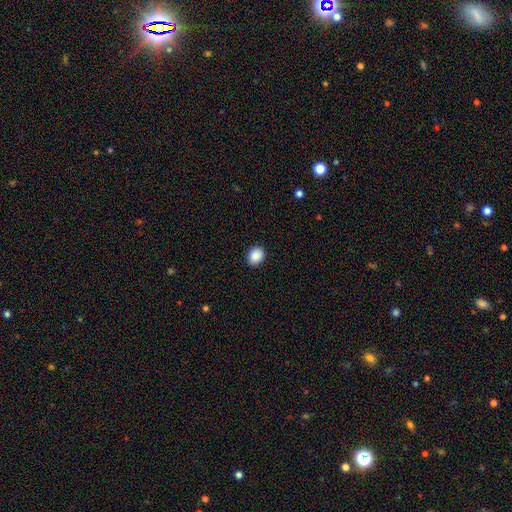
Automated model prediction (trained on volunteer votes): This is clearly a smooth galaxy (89%). How rounded: likely round (66%). Merging: clearly none (91%).